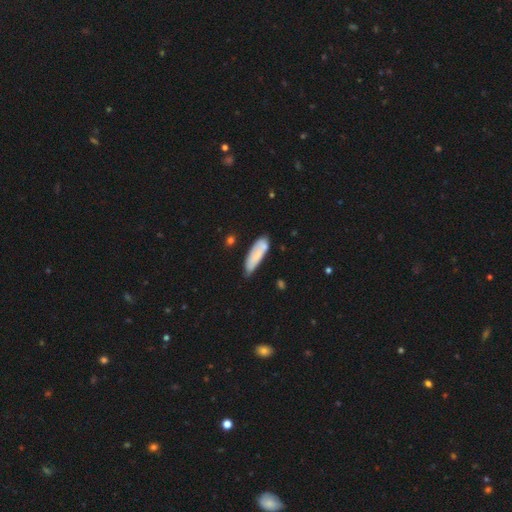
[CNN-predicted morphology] type=smooth (76%); roundness=cigar-shaped (50%); merging=none (57%).